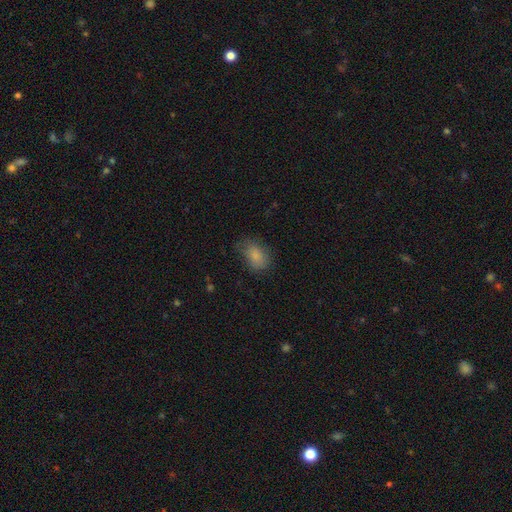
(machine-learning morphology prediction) smooth-or-featured: smooth: 82% | featured or disk: 10% | star or artifact: 9%
  how-rounded: in between: 77% | round: 22% | cigar-shaped: 1%
  merging: none: 59% | minor disturbance: 28% | major disturbance: 12% | merger: 1%